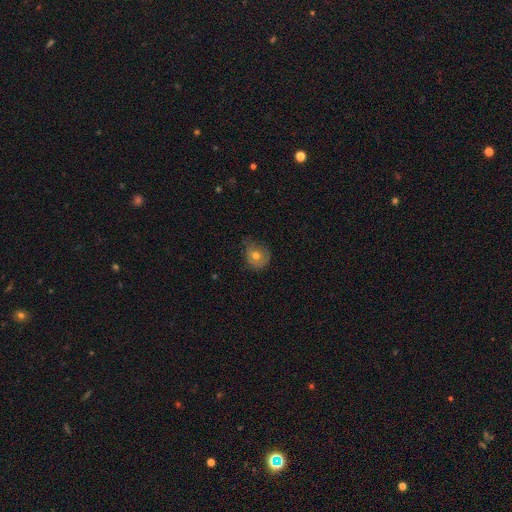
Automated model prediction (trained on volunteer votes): Q: Smooth or featured?
A: smooth (65%); runner-up: featured or disk (25%)
Q: How rounded?
A: round (77%); runner-up: in between (22%)
Q: Merging?
A: none (53%); runner-up: minor disturbance (33%)